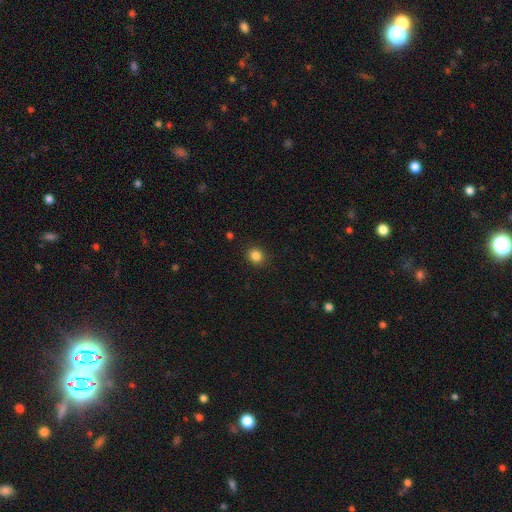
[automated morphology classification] The model was most divided on "how rounded": round: 78%, in between: 21%, cigar-shaped: 1%. More confident: merging — none (90%); smooth or featured — smooth (85%).